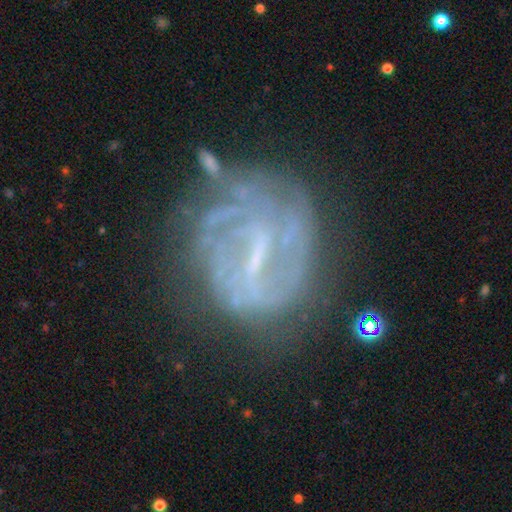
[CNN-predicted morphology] This appears to be a featured or disk galaxy (76%) with a weak bar (43%), spiral arms (67%) and a small central bulge (44%). Merging: none (57%).